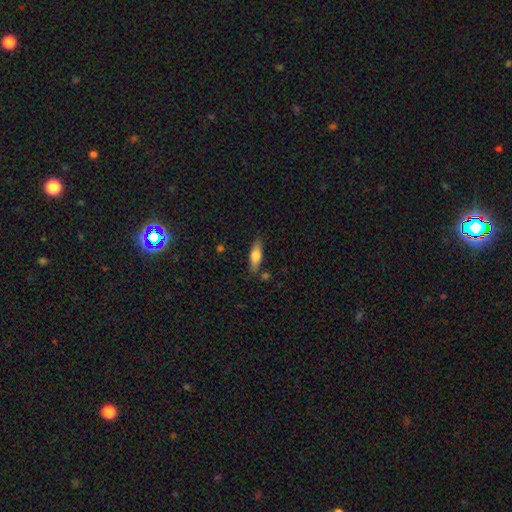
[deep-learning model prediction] Overall: smooth (69%). How rounded: in between (53%; cigar-shaped 44%). Merging: none (79%).